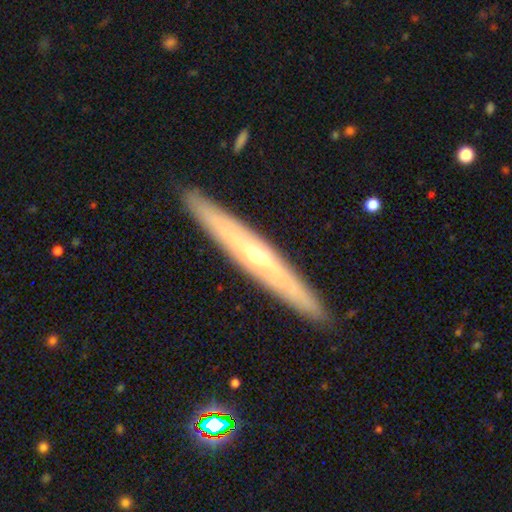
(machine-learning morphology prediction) Smooth or featured? Predicted: featured or disk (p=0.61). Edge-on disk? Predicted: yes (p=0.72). Merging? Predicted: none (p=0.84).